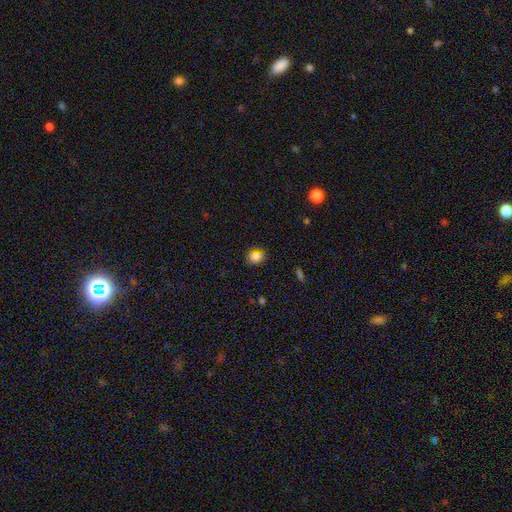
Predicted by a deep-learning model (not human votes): Morphology: type=smooth (82%); roundness=round (66%); merging=none (86%).